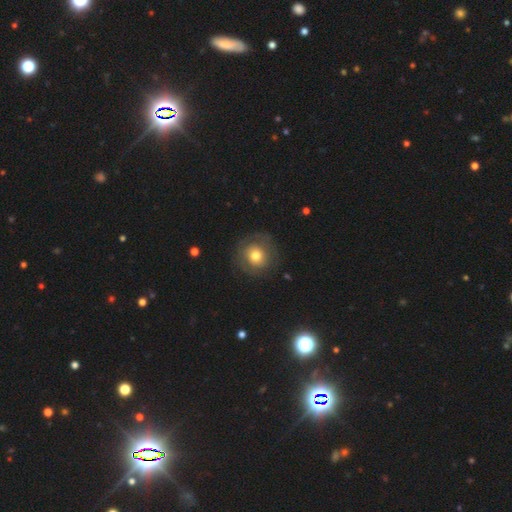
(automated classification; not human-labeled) This is likely a smooth galaxy (62%). How rounded: clearly round (91%). Merging: likely none (80%).